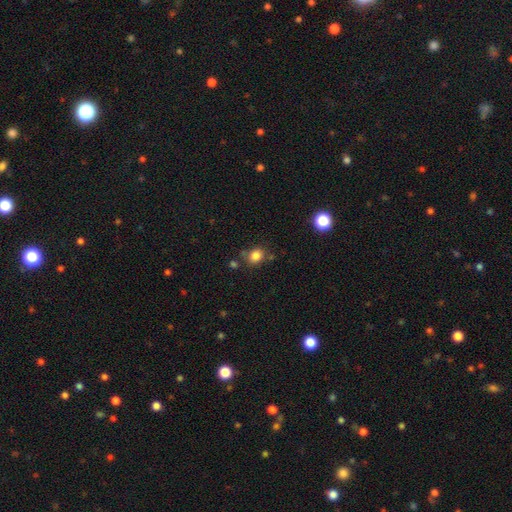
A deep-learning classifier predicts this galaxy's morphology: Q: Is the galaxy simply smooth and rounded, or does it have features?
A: smooth — 83%.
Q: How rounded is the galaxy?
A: round — 57%.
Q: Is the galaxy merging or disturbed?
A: none — 71%.